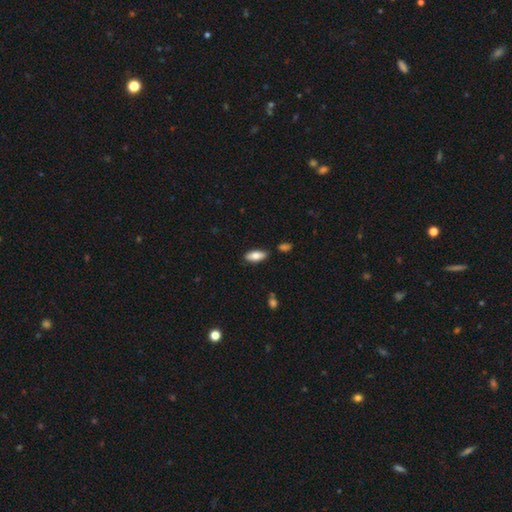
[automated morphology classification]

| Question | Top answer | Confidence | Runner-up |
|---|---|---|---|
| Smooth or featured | smooth | 78% | featured or disk (16%) |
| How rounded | in between | 83% | cigar-shaped (15%) |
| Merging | none | 84% | minor disturbance (11%) |